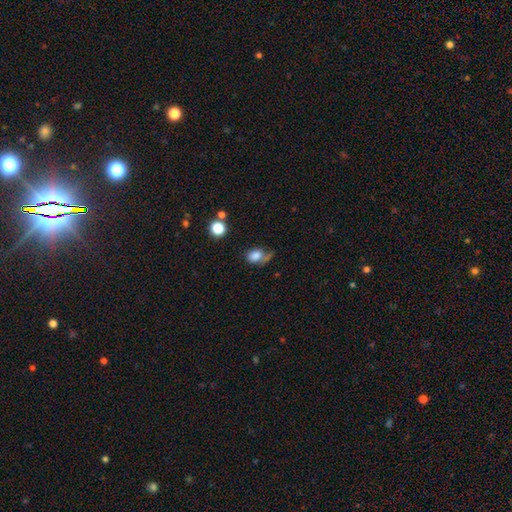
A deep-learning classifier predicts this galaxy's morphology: Overall: smooth (76%). How rounded: in between (65%; round 33%). Merging: none (39%; minor disturbance 26%).